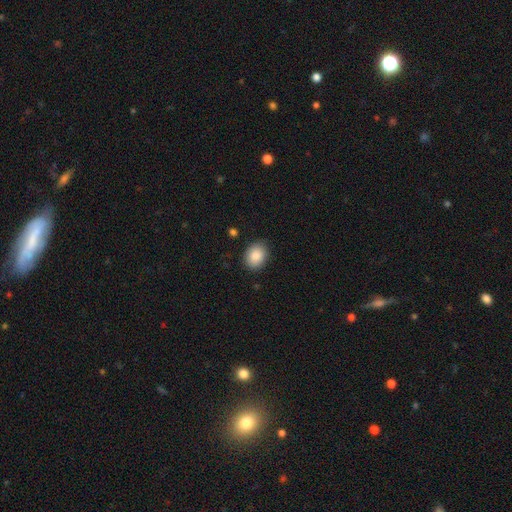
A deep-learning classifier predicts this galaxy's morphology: This is clearly a smooth galaxy (87%). How rounded: possibly in between (60%). Merging: clearly none (85%).